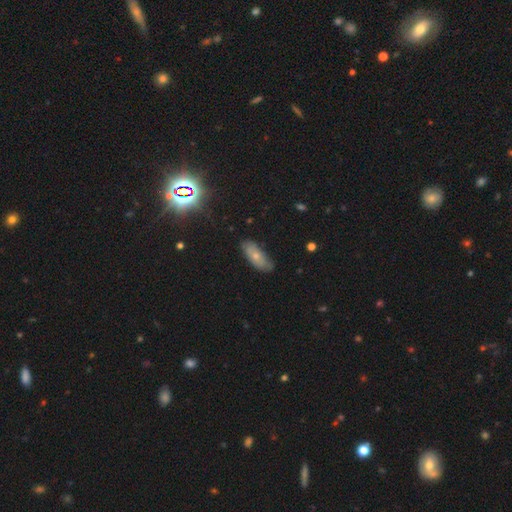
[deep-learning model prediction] A smooth galaxy with no disk features (59%) that is in between round and cigar-shaped (79%). Merging: none (72%).